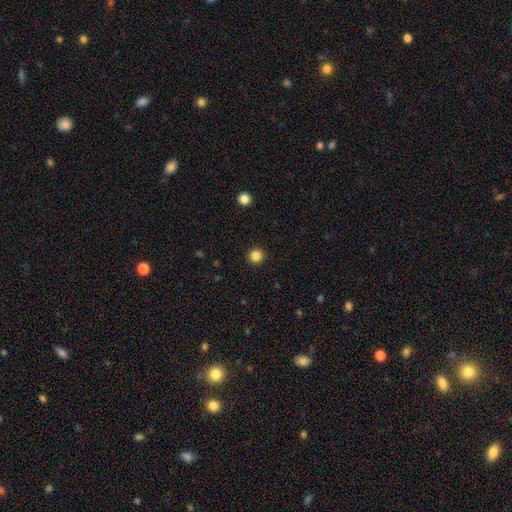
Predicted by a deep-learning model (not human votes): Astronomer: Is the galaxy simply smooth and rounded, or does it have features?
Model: smooth — 85%.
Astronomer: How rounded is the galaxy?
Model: round — 95%.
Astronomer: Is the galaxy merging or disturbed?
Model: none — 93%.